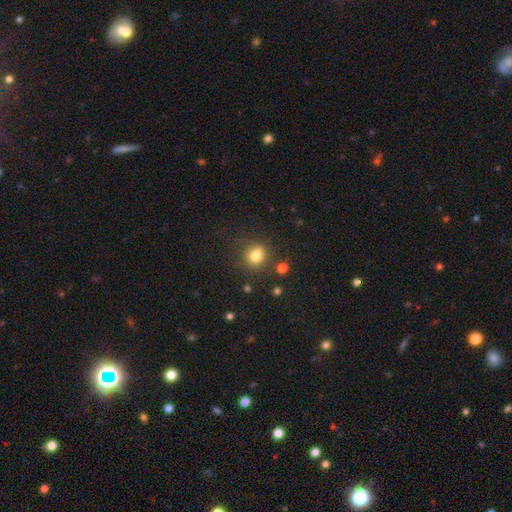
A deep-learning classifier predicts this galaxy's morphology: Smooth or featured? smooth (80%)
How rounded? round (74%)
Merging? none (78%)